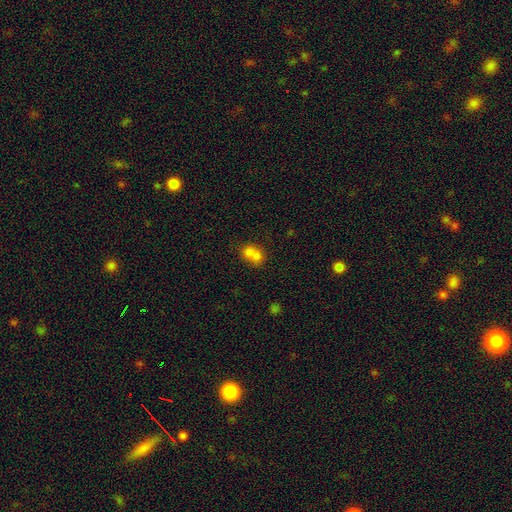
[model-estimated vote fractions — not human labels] smooth 73%, featured or disk 16%, star or artifact 11%. Down the decision tree: how rounded — round (52%); merging — merger (67%).